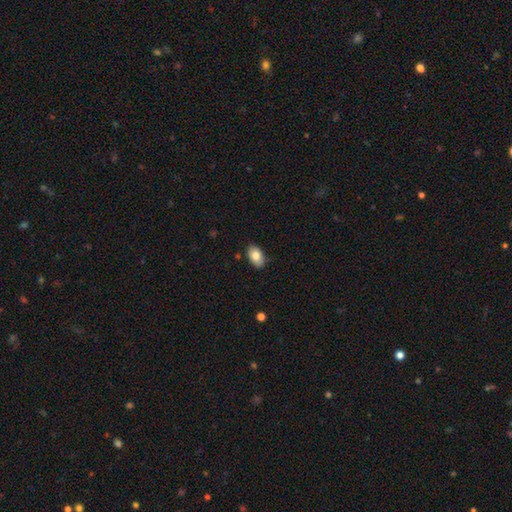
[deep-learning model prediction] Overall: smooth (80%). How rounded: in between (92%). Merging: none (85%).